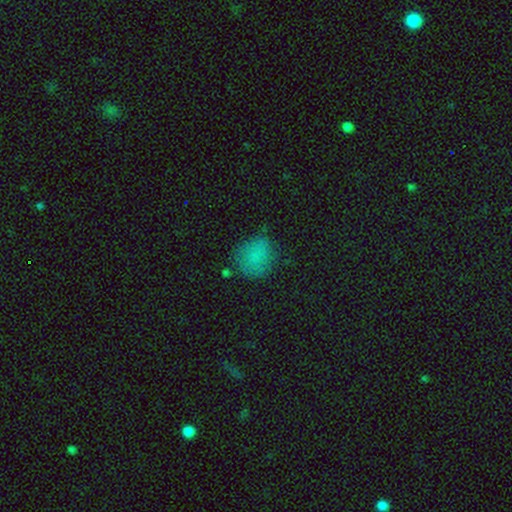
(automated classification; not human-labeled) Morphology: type=smooth (78%); roundness=round (75%); merging=none (69%).